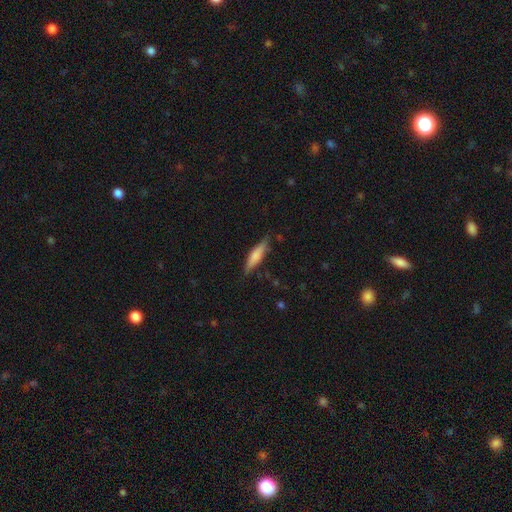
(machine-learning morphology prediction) Smooth or featured? Predicted: smooth (p=0.66). How rounded? Predicted: cigar-shaped (p=0.75). Merging? Predicted: none (p=0.81).